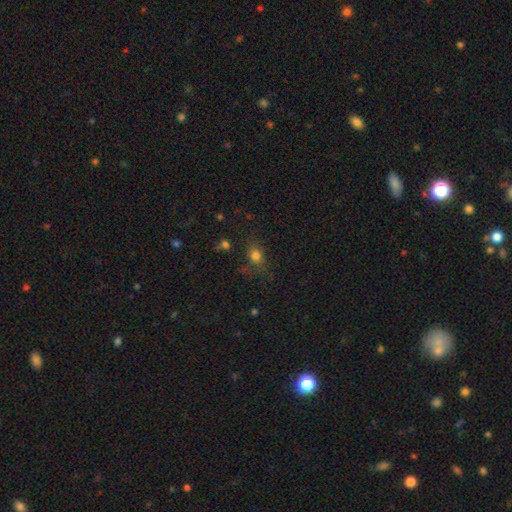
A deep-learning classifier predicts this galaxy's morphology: smooth_or_featured: smooth (p=0.73) [alt: star or artifact p=0.17]
how_rounded: in between (p=0.52) [alt: round p=0.45]
merging: none (p=0.65) [alt: minor disturbance p=0.21]